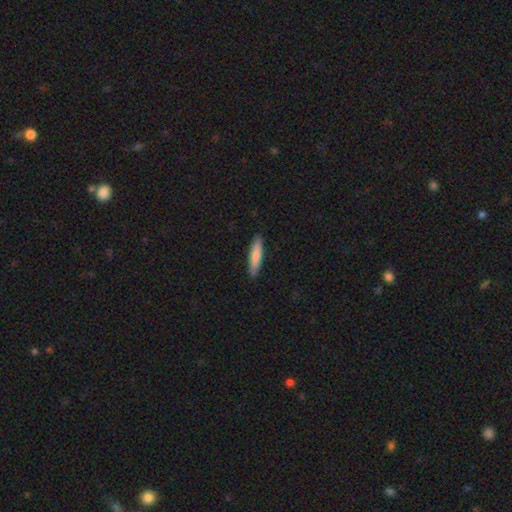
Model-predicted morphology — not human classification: smooth-or-featured: smooth: 80% | featured or disk: 14% | star or artifact: 5%
  how-rounded: cigar-shaped: 83% | in between: 16% | round: 1%
  merging: none: 89% | minor disturbance: 9% | major disturbance: 2% | merger: 1%